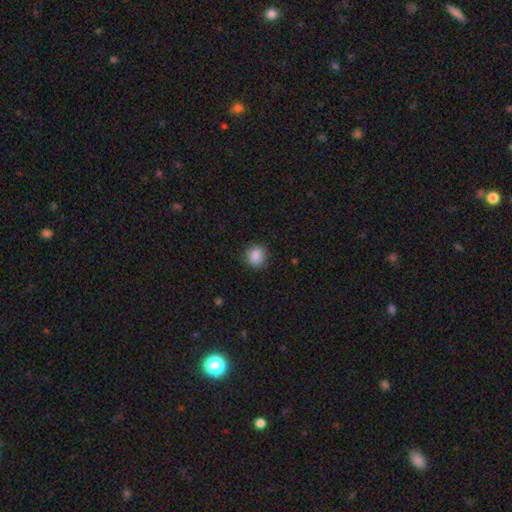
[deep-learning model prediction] A smooth galaxy with no disk features (87%) that is round (74%). Merging: none (84%).